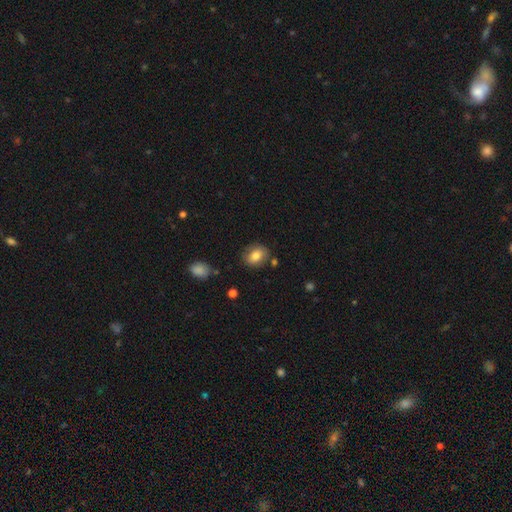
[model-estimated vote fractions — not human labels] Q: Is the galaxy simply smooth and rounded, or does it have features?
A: smooth — 81%.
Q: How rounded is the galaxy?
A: in between — 51%.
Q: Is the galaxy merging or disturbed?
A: none — 81%.